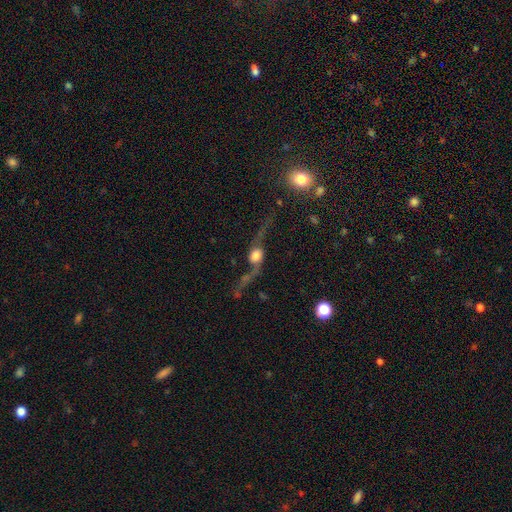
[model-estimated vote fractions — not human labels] This is likely a featured or disk galaxy (75%). It is likely not viewed edge-on (61%). Merging: possibly none (50%).